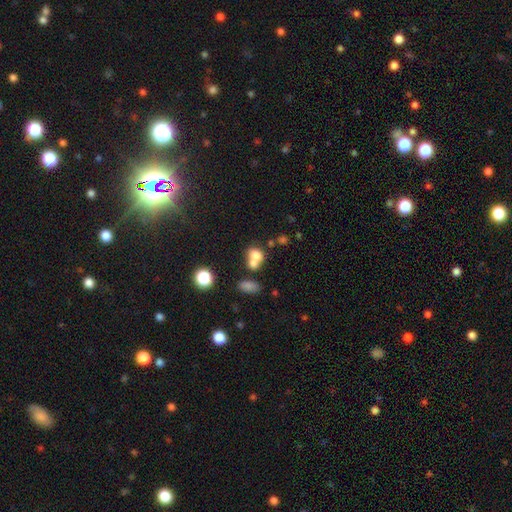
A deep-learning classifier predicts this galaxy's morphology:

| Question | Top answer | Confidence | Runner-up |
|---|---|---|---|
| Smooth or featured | smooth | 71% | featured or disk (16%) |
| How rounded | in between | 52% | round (46%) |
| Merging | merger | 59% | none (27%) |